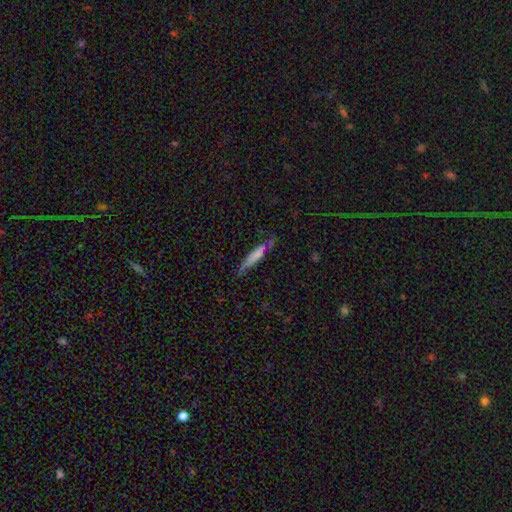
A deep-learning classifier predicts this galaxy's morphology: This is possibly a smooth galaxy (54%). How rounded: clearly cigar-shaped (90%). Merging: likely none (64%).